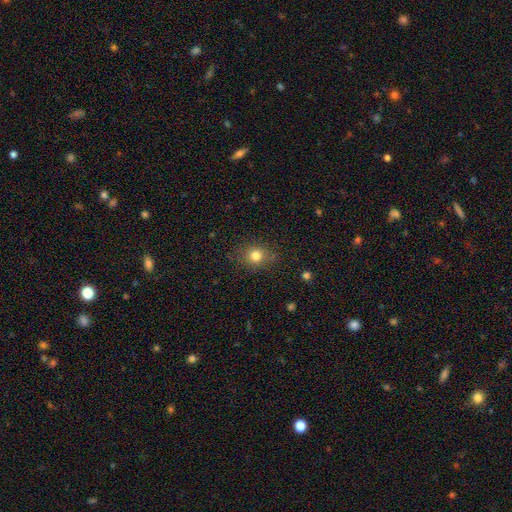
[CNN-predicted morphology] smooth_or_featured: smooth (p=0.80) [alt: star or artifact p=0.13]
how_rounded: round (p=0.73) [alt: in between p=0.26]
merging: none (p=0.83) [alt: minor disturbance p=0.12]